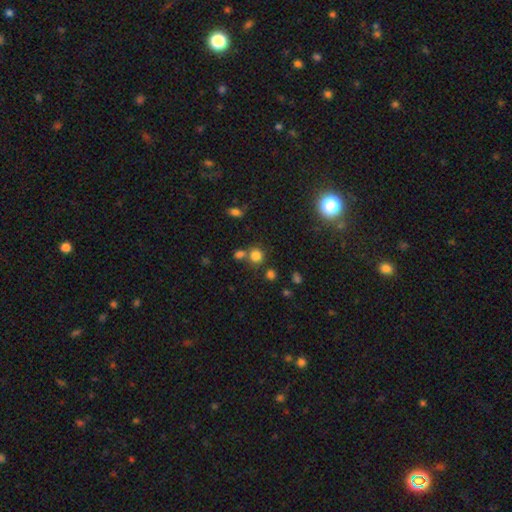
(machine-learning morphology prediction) This is likely a smooth galaxy (78%). How rounded: clearly round (88%). Merging: likely none (66%).